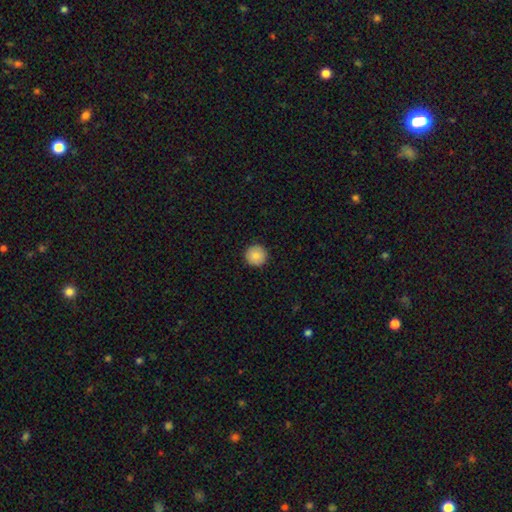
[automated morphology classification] The model was most divided on "smooth or featured": smooth: 85%, star or artifact: 8%, featured or disk: 7%. More confident: how rounded — round (96%); merging — none (93%).